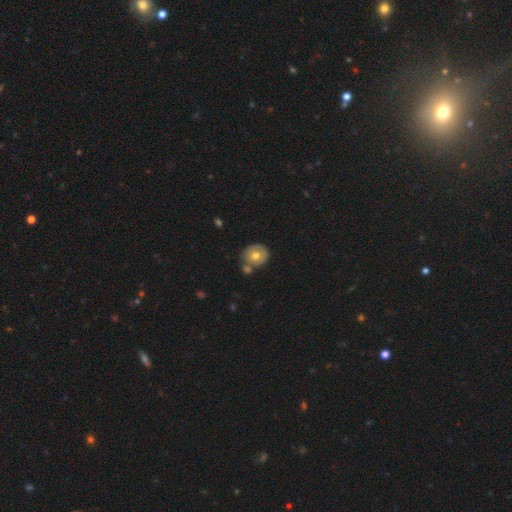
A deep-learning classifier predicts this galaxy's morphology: type=smooth (65%); roundness=round (75%); merging=none (60%).